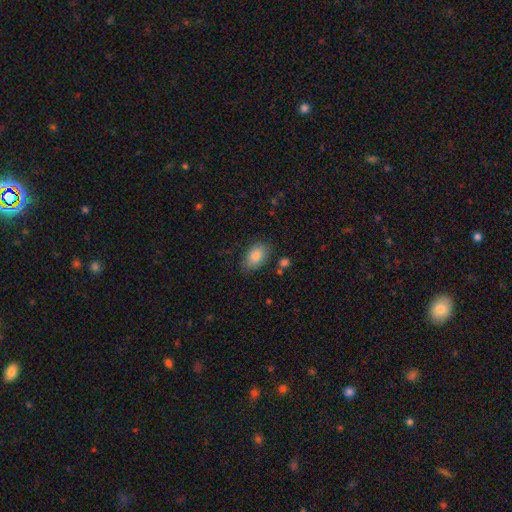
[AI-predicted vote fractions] The model was most divided on "merging": none: 77%, minor disturbance: 16%, major disturbance: 4%, merger: 3%. More confident: how rounded — in between (89%); smooth or featured — smooth (84%).